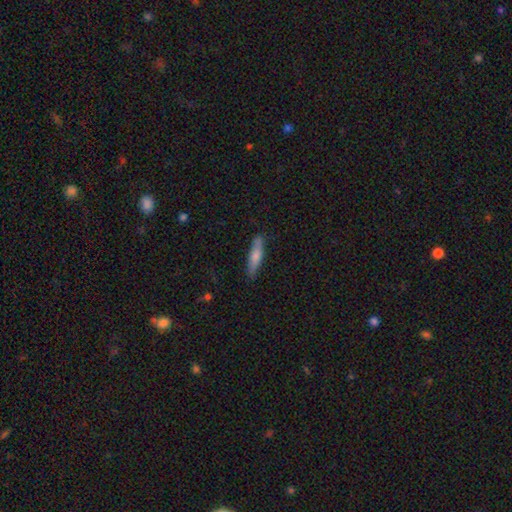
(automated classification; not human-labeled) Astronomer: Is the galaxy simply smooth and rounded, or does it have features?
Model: smooth — 70%.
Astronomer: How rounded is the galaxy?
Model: cigar-shaped — 83%.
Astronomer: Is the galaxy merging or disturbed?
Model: none — 83%.